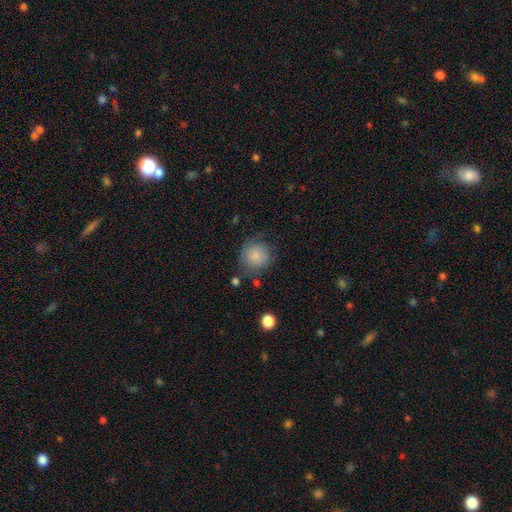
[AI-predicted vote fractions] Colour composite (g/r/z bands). It shows a smooth galaxy with no disk features (83%) that is round (91%). Merging: none (72%).